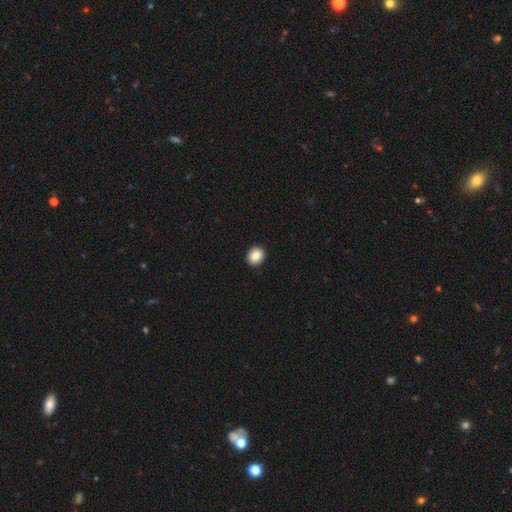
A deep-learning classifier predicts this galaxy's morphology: smooth 87%, star or artifact 8%, featured or disk 4%. Down the decision tree: how rounded — round (70%); merging — none (92%).